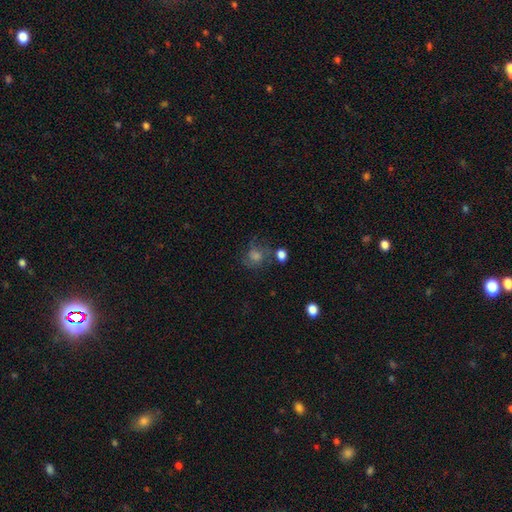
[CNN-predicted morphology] smooth-or-featured: featured or disk: 39% | smooth: 36% | star or artifact: 25%
  merging: none: 62% | minor disturbance: 17% | major disturbance: 13% | merger: 8%